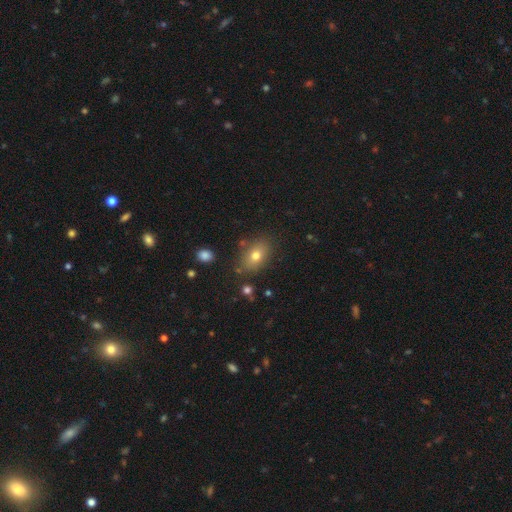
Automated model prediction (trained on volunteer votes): smooth_or_featured: smooth (p=0.74) [alt: featured or disk p=0.14]
how_rounded: in between (p=0.78) [alt: round p=0.20]
merging: none (p=0.80) [alt: minor disturbance p=0.13]